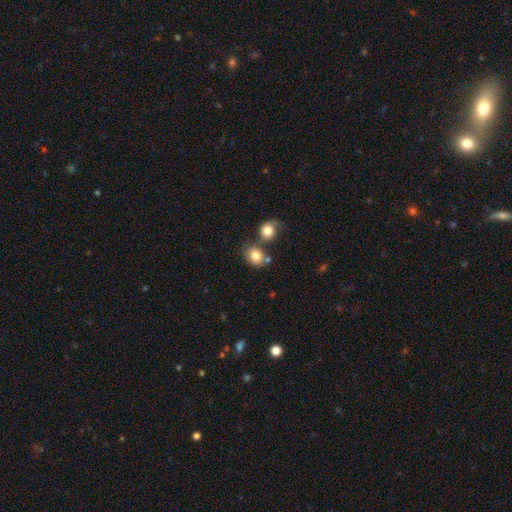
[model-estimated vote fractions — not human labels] Smooth or featured: smooth — 81% (featured or disk — 10%)
How rounded: round — 59% (in between — 40%)
Merging: none — 51% (merger — 32%)